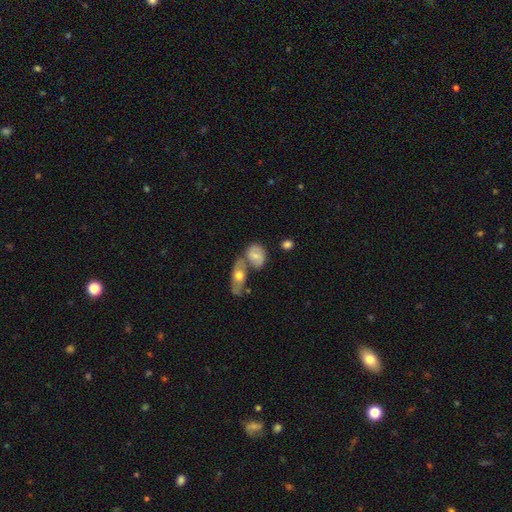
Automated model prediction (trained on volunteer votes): smooth 62%, featured or disk 31%, star or artifact 8%. Down the decision tree: how rounded — in between (68%); merging — none (42%).